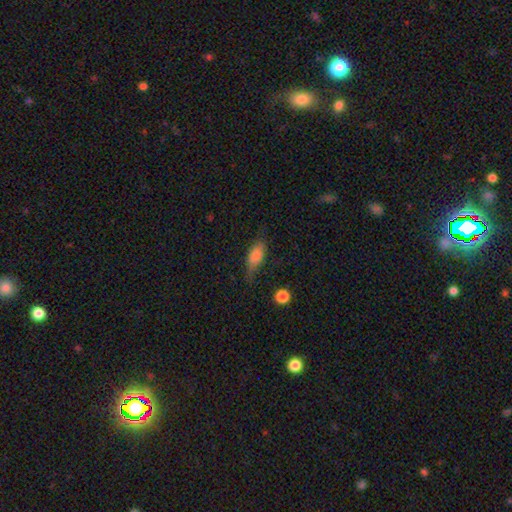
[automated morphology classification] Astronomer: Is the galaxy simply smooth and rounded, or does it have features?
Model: smooth — 77%.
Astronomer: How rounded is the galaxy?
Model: in between — 79%.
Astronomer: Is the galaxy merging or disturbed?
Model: none — 54% (runner-up: minor disturbance, 32%).